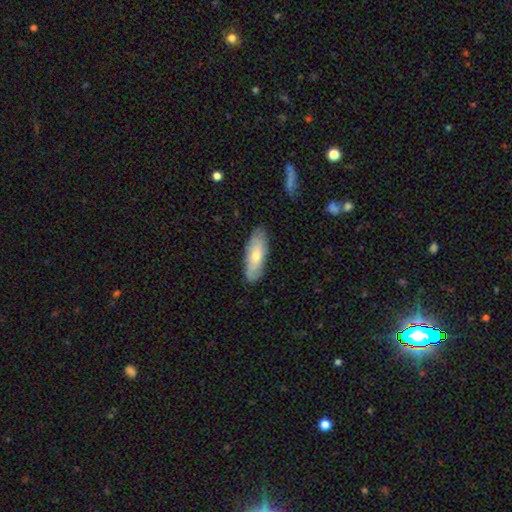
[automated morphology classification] The model was most divided on "smooth or featured": smooth: 64%, featured or disk: 30%, star or artifact: 6%. More confident: merging — none (84%); how rounded — in between (66%).